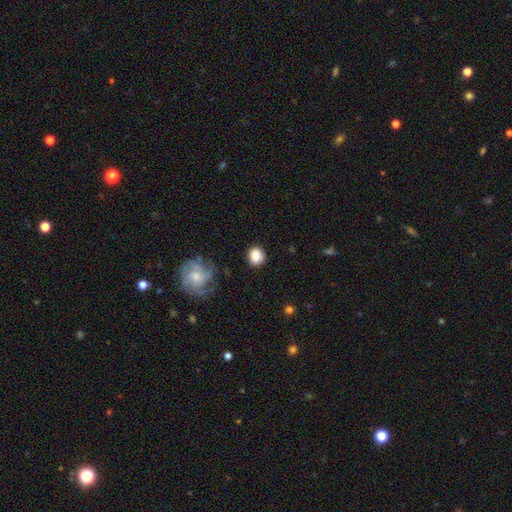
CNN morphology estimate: Smooth or featured: smooth — 85% (star or artifact — 8%)
How rounded: round — 64% (in between — 35%)
Merging: none — 79% (minor disturbance — 14%)